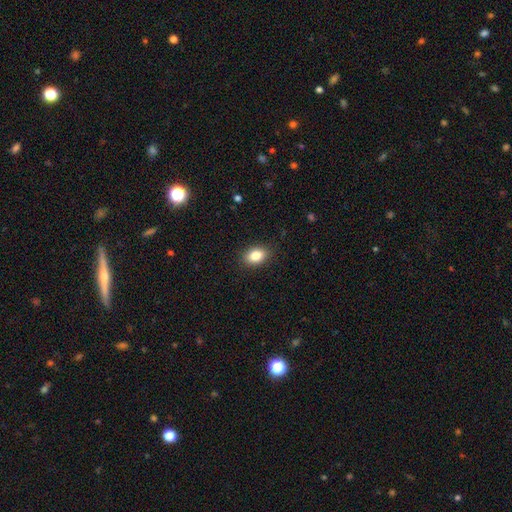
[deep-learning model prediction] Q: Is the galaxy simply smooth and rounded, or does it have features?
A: smooth — 85%.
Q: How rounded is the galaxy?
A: in between — 82%.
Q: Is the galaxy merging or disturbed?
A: none — 88%.